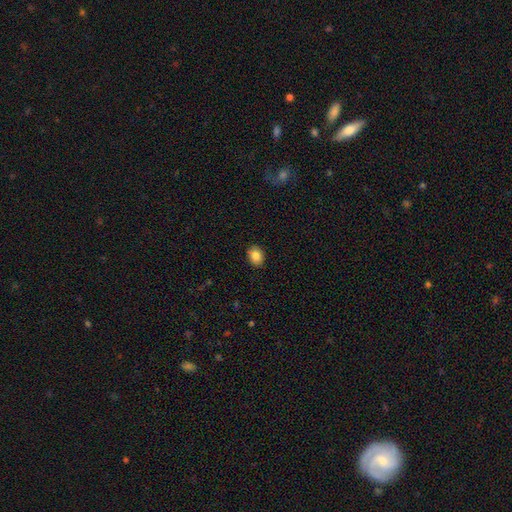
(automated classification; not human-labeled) Smooth or featured? Predicted: smooth (p=0.85). How rounded? Predicted: in between (p=0.54). Merging? Predicted: none (p=0.89).